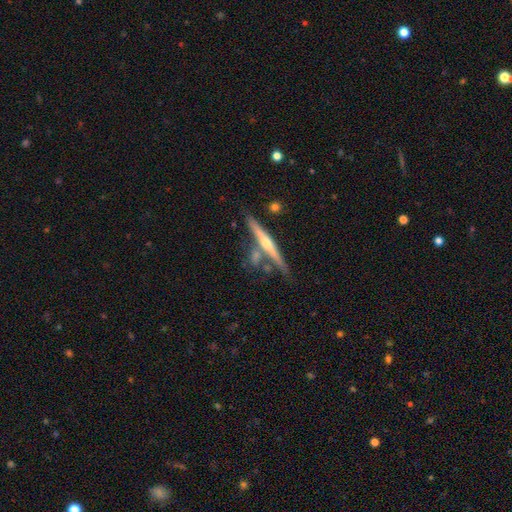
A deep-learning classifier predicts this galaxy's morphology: Smooth or featured: featured or disk — 75% (smooth — 19%)
Edge-on disk: yes — 97% (no — 3%)
Edge-on bulge: rounded — 86% (none — 11%)
Merging: none — 69% (merger — 15%)